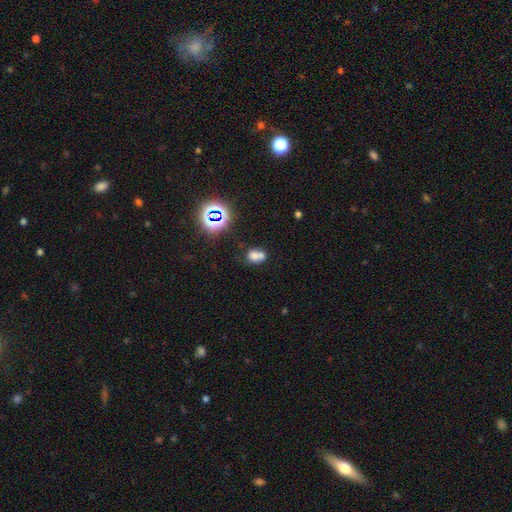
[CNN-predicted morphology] Smooth or featured? Predicted: smooth (p=0.65). How rounded? Predicted: in between (p=0.55). Merging? Predicted: merger (p=0.51).